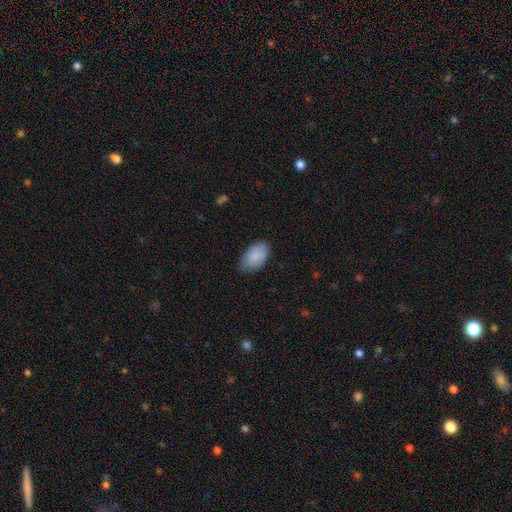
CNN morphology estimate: This is clearly a smooth galaxy (88%). How rounded: clearly in between (94%). Merging: likely none (78%).